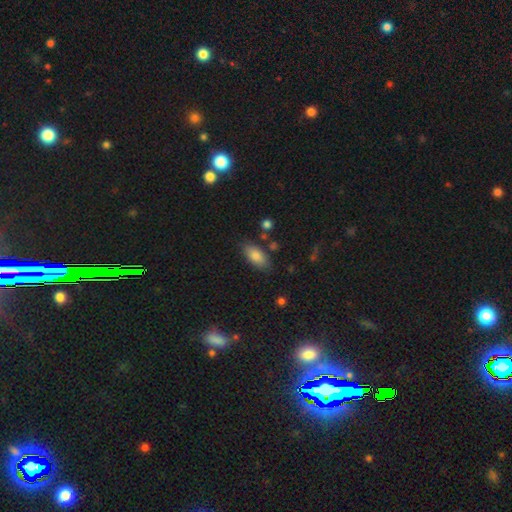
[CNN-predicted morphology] Smooth or featured? Predicted: smooth (p=0.83). How rounded? Predicted: in between (p=0.89). Merging? Predicted: none (p=0.79).